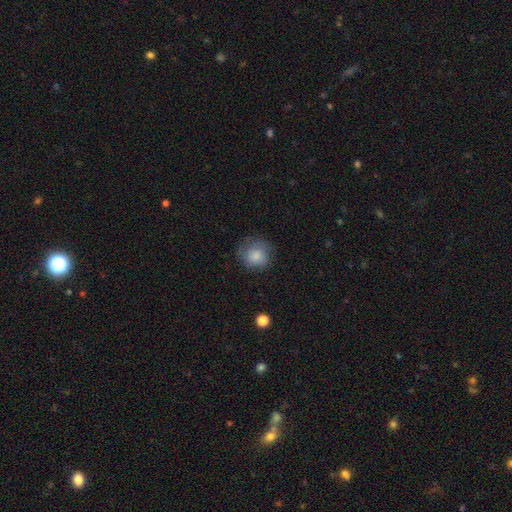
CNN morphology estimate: This is clearly a smooth galaxy (80%). How rounded: clearly round (86%). Merging: likely none (71%).